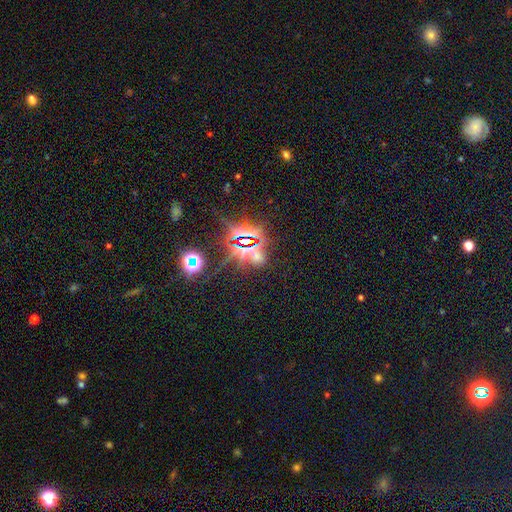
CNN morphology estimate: Smooth or featured: star or artifact — 78% (smooth — 13%)